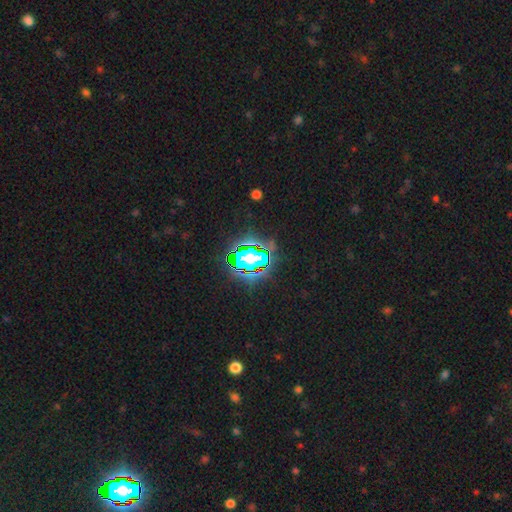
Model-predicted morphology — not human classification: Smooth or featured? star or artifact (77%)